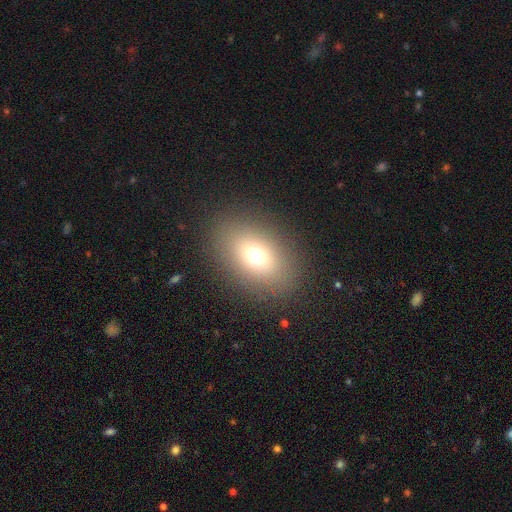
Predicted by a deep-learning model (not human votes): This is likely a smooth galaxy (69%). How rounded: likely in between (73%). Merging: clearly none (86%).